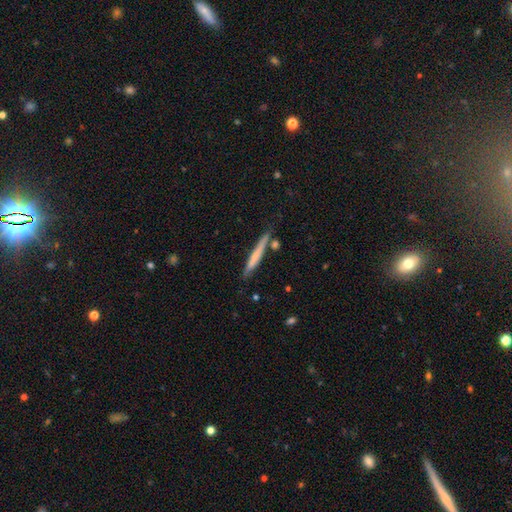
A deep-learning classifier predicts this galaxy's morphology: This is possibly a smooth galaxy (57%). How rounded: clearly cigar-shaped (96%). Merging: likely none (80%).